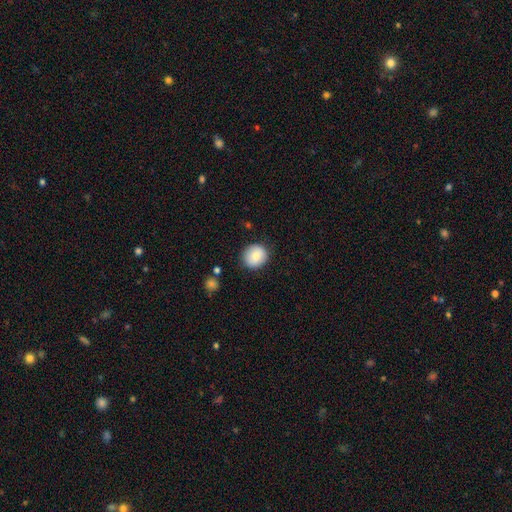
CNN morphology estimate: type=smooth (82%); roundness=round (88%); merging=none (87%).